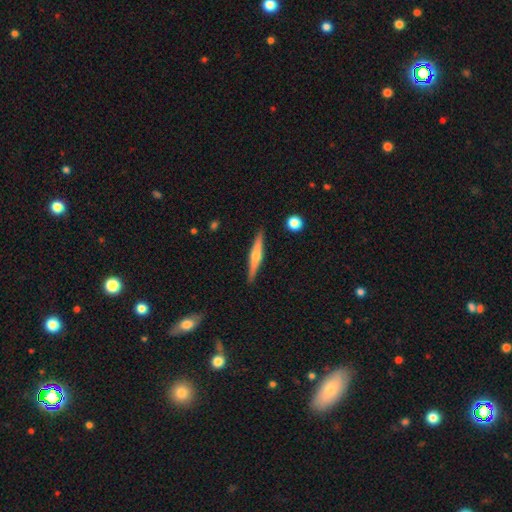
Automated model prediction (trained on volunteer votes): Overall: featured or disk (63%; smooth 31%). Edge-on disk: yes (97%). Edge-on bulge: rounded (87%). Merging: none (90%).